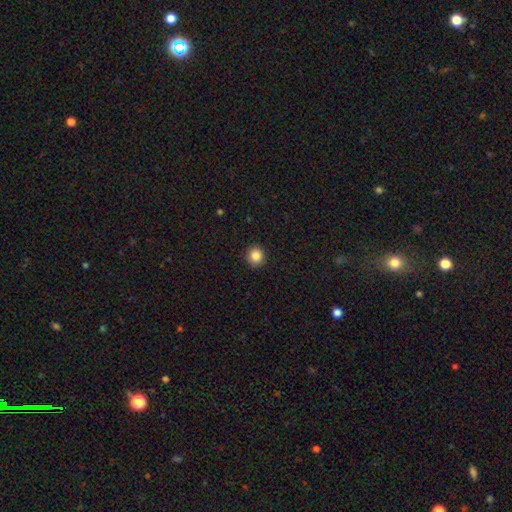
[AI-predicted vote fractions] Smooth or featured?
  - smooth: 86% *
  - star or artifact: 10%
  - featured or disk: 4%
How rounded?
  - round: 90% *
  - in between: 9%
  - cigar-shaped: 1%
Merging?
  - none: 92% *
  - minor disturbance: 5%
  - major disturbance: 2%
  - merger: 1%